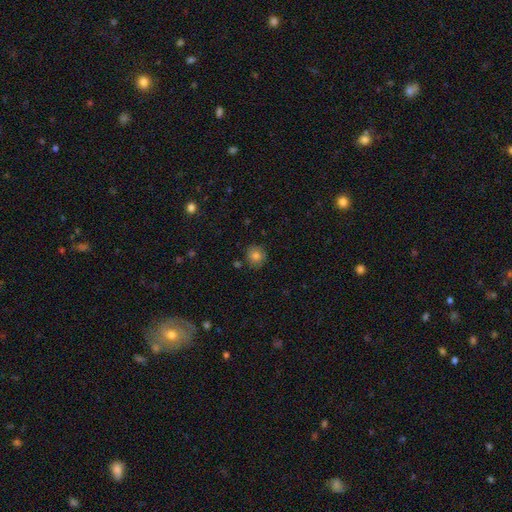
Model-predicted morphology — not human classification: This is clearly a smooth galaxy (81%). How rounded: clearly round (87%). Merging: clearly none (83%).